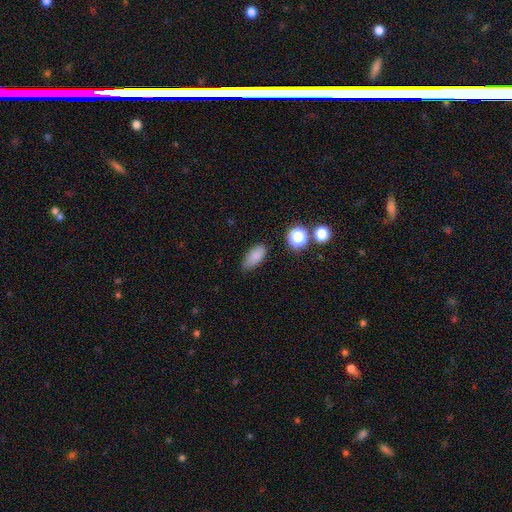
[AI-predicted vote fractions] Morphology: type=smooth (83%); roundness=in between (86%); merging=none (81%).